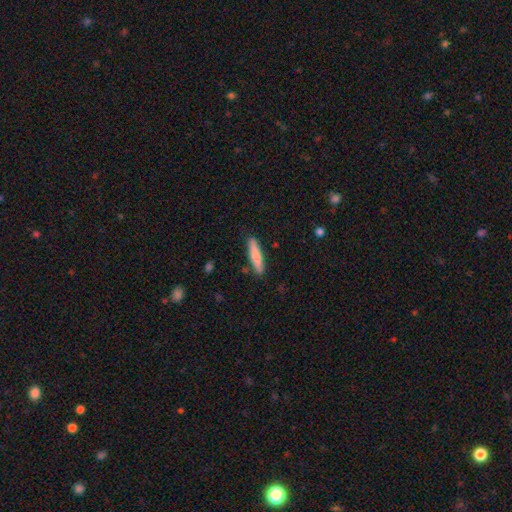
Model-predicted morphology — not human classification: A smooth galaxy with no disk features (74%) that is cigar-shaped (85%). Merging: none (87%).